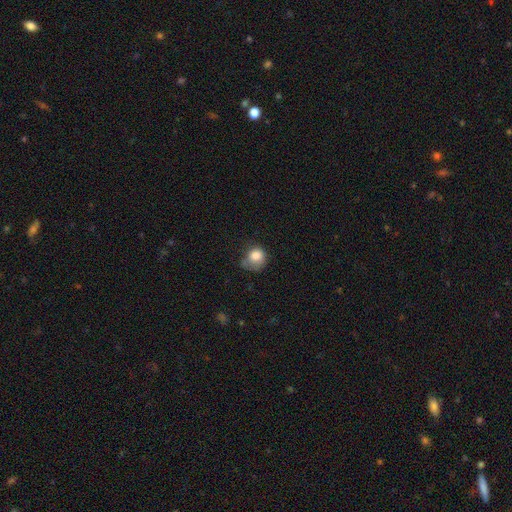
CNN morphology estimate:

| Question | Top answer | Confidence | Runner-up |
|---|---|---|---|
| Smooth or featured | smooth | 81% | featured or disk (10%) |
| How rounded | round | 73% | in between (26%) |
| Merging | none | 37% | minor disturbance (36%) |